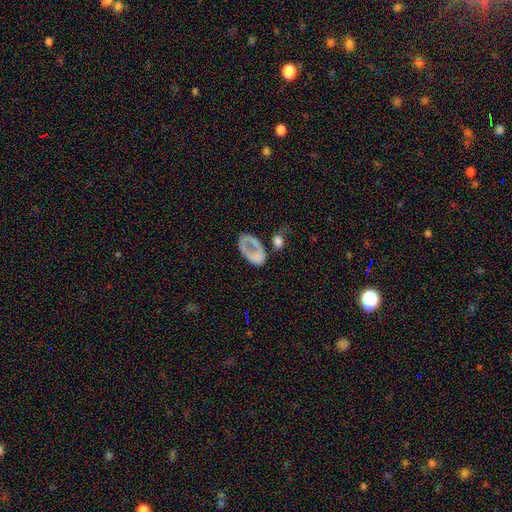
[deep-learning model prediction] A smooth galaxy with no disk features (52%) that is in between round and cigar-shaped (80%). Merging: none (38%).